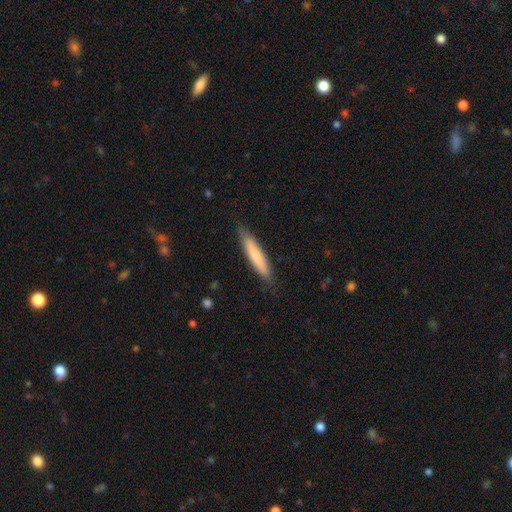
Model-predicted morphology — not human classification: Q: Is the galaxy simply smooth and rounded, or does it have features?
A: smooth — 73%.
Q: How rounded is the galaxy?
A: cigar-shaped — 87%.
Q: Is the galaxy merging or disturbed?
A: none — 84%.